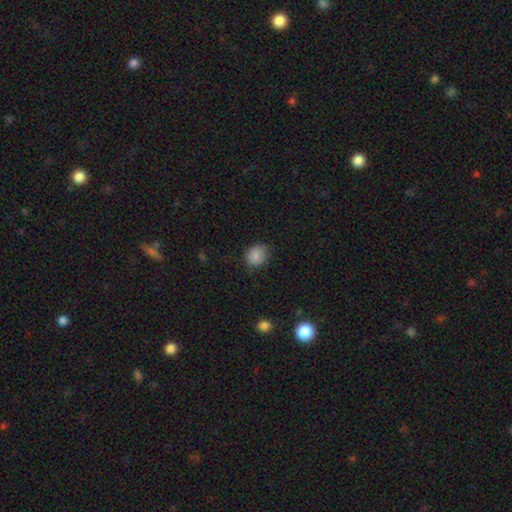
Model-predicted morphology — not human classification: smooth-or-featured: smooth: 86% | star or artifact: 9% | featured or disk: 5%
  how-rounded: round: 61% | in between: 39% | cigar-shaped: 1%
  merging: none: 75% | minor disturbance: 20% | major disturbance: 4% | merger: 1%